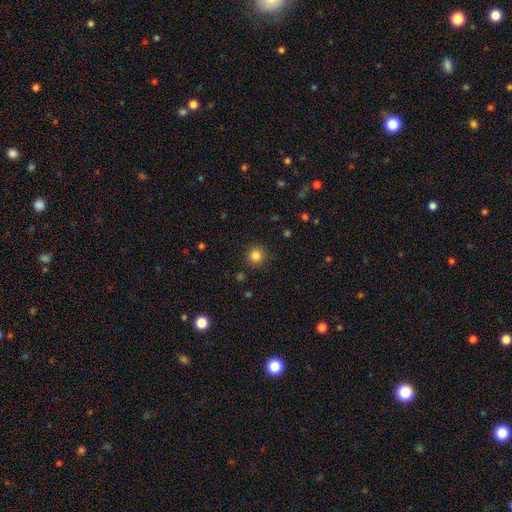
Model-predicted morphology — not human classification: Smooth or featured? Predicted: smooth (p=0.83). How rounded? Predicted: round (p=0.95). Merging? Predicted: none (p=0.90).